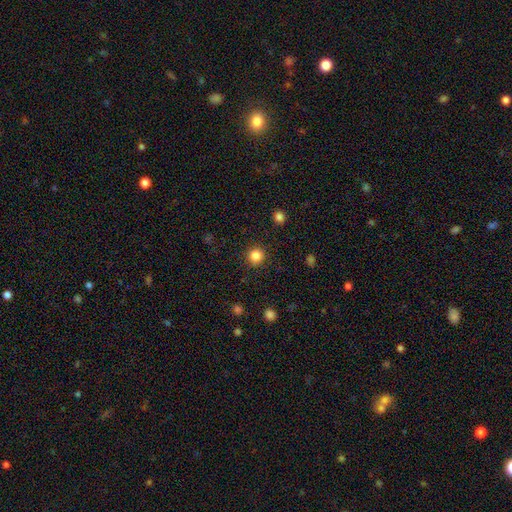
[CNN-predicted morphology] The model was most divided on "smooth or featured": smooth: 84%, star or artifact: 12%, featured or disk: 4%. More confident: how rounded — round (94%); merging — none (91%).